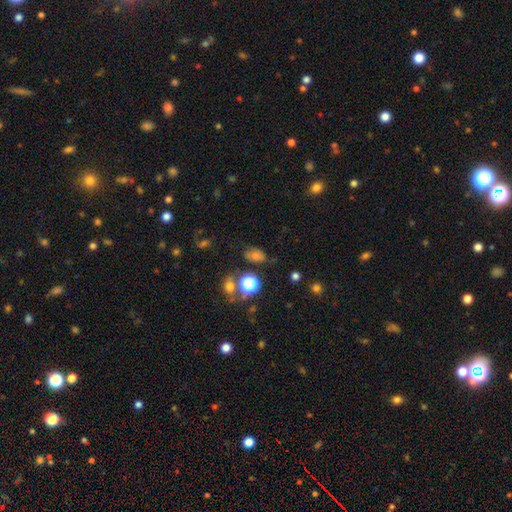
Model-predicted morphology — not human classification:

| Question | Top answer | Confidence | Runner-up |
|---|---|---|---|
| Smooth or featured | smooth | 51% | star or artifact (34%) |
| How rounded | in between | 61% | round (36%) |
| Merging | none | 65% | minor disturbance (18%) |